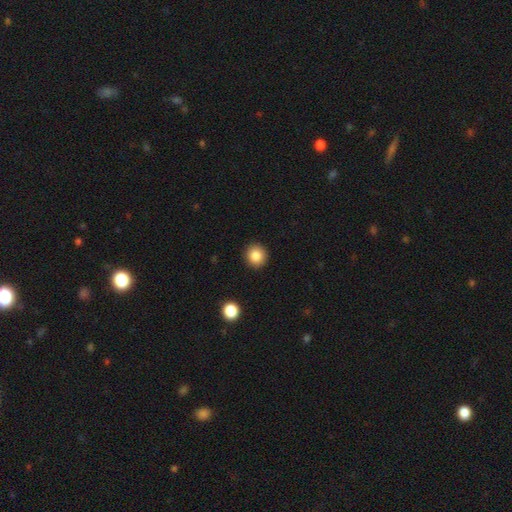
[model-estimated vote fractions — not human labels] Q: Smooth or featured?
A: smooth (85%); runner-up: star or artifact (10%)
Q: How rounded?
A: round (91%); runner-up: in between (9%)
Q: Merging?
A: none (92%); runner-up: minor disturbance (5%)